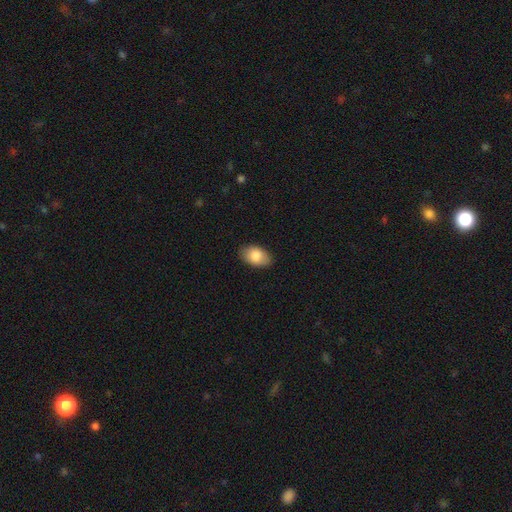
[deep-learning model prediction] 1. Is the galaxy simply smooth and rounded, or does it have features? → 85% smooth, 9% featured or disk, 6% star or artifact.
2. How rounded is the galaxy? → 91% in between, 8% round, 1% cigar-shaped.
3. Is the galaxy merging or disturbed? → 87% none, 10% minor disturbance, 2% major disturbance, 1% merger.